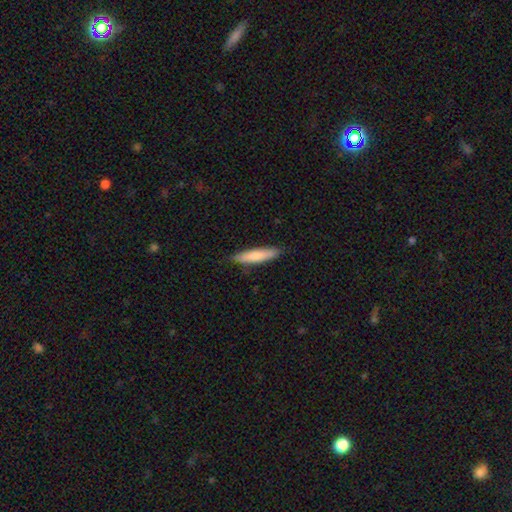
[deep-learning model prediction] smooth-or-featured: smooth: 78% | featured or disk: 16% | star or artifact: 6%
  how-rounded: cigar-shaped: 81% | in between: 18% | round: 1%
  merging: none: 83% | minor disturbance: 14% | major disturbance: 2% | merger: 1%